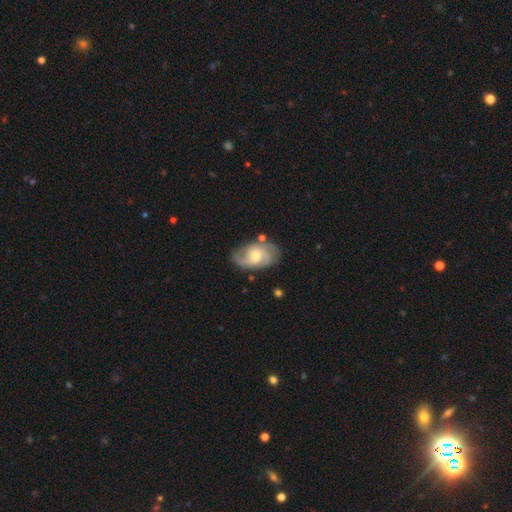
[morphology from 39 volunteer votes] smooth_or_featured: featured or disk (p=0.85) [alt: smooth p=0.15]
disk_edge_on: no (p=0.94) [alt: yes p=0.06]
bar: no (p=0.65) [alt: weak p=0.32]
has_spiral_arms: yes (p=1.00)
spiral_winding: tight (p=0.61) [alt: medium p=0.29]
spiral_arm_count: 3 (p=0.55) [alt: 2 p=0.35]
bulge_size: moderate (p=0.74) [alt: small p=0.19]
merging: none (p=0.85) [alt: minor disturbance p=0.13]